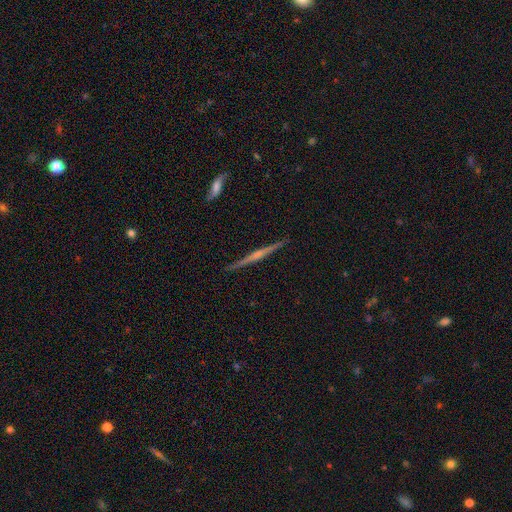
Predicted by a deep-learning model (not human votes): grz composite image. It shows a featured or disk galaxy (79%) viewed edge-on (98%) with a rounded central bulge (67%). Merging: none (91%).